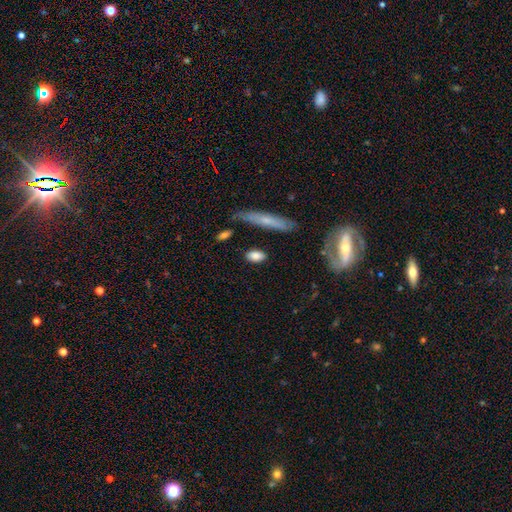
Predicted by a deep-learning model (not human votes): Smooth or featured? smooth (83%)
How rounded? in between (80%)
Merging? none (81%)